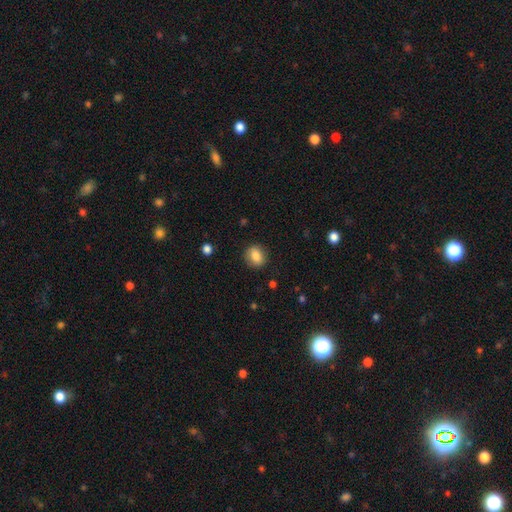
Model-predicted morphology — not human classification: This appears to be a smooth galaxy with no disk features (84%) that is round (65%). Merging: none (87%).